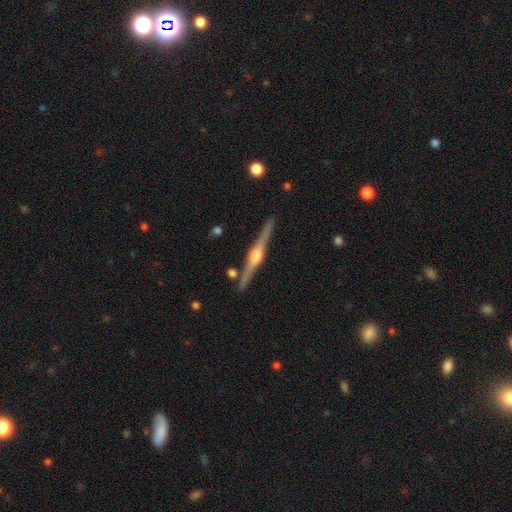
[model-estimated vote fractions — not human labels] Smooth or featured: featured or disk — 87% (smooth — 8%)
Edge-on disk: yes — 98% (no — 2%)
Edge-on bulge: rounded — 92% (boxy — 6%)
Merging: none — 89% (minor disturbance — 7%)